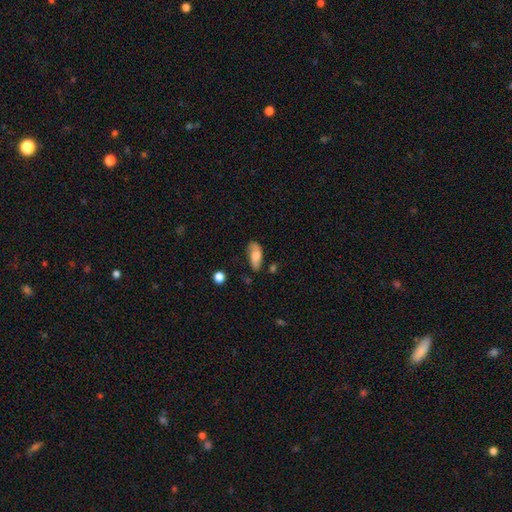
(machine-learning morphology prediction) The model was most divided on "merging": none: 57%, minor disturbance: 29%, major disturbance: 9%, merger: 4%. More confident: how rounded — in between (85%); smooth or featured — smooth (72%).